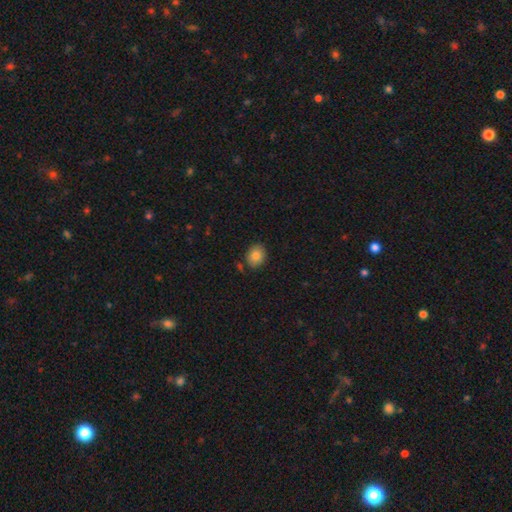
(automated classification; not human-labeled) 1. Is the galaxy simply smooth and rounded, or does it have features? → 84% smooth, 9% star or artifact, 7% featured or disk.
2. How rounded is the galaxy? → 54% round, 45% in between, 1% cigar-shaped.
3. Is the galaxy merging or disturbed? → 82% none, 12% minor disturbance, 4% merger, 3% major disturbance.